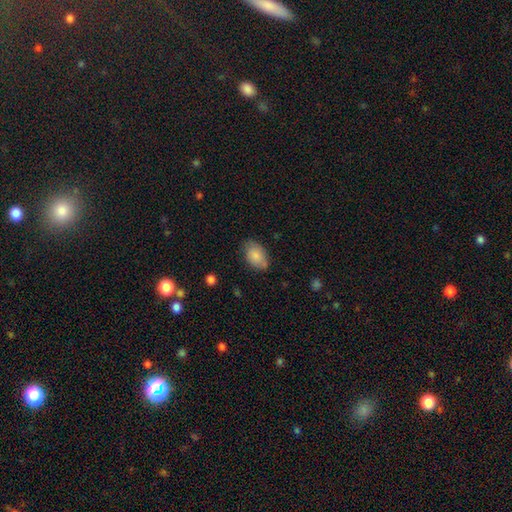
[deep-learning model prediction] This appears to be a smooth galaxy with no disk features (83%) that is in between round and cigar-shaped (88%). Merging: none (72%).